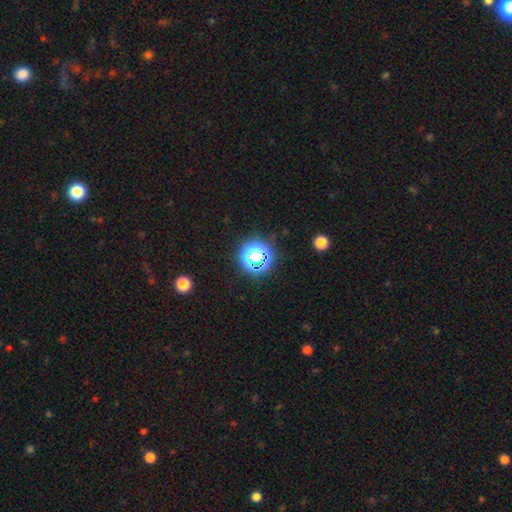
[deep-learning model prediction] Overall: star or artifact (75%).